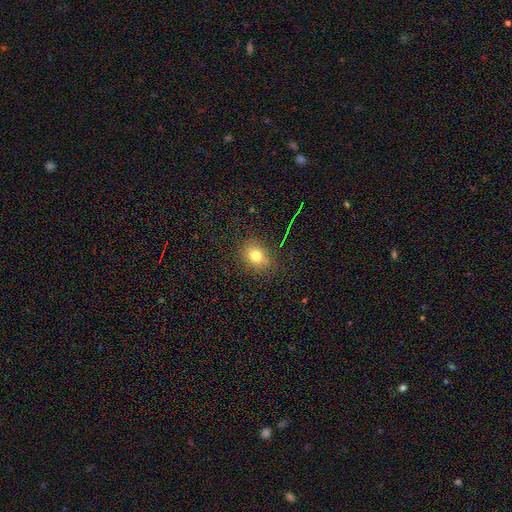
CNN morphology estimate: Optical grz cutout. It shows a smooth galaxy with no disk features (77%) that is in between round and cigar-shaped (57%). Merging: none (81%).